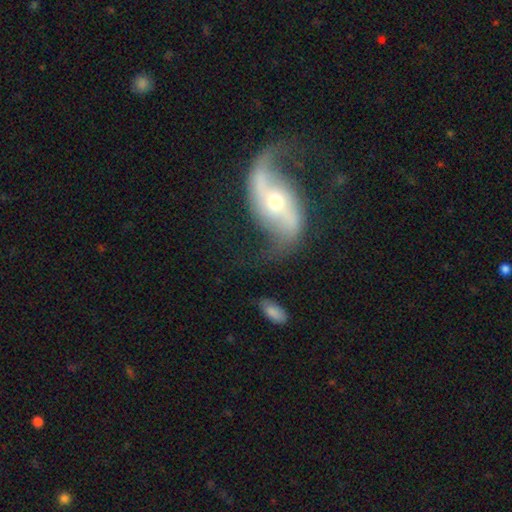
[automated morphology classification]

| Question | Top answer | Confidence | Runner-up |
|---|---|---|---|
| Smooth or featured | featured or disk | 89% | star or artifact (6%) |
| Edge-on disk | no | 96% | yes (4%) |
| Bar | no | 46% | weak (28%) |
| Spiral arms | yes | 96% | no (4%) |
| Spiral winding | loose | 70% | medium (23%) |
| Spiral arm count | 2 | 93% | 1 (2%) |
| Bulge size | moderate | 54% | small (40%) |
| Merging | none | 72% | minor disturbance (15%) |